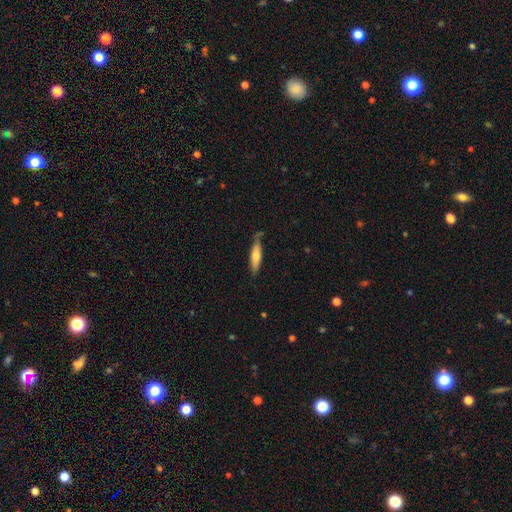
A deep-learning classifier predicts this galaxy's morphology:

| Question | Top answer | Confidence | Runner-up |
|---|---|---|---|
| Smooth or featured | smooth | 66% | featured or disk (28%) |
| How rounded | cigar-shaped | 78% | in between (21%) |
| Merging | none | 70% | minor disturbance (23%) |